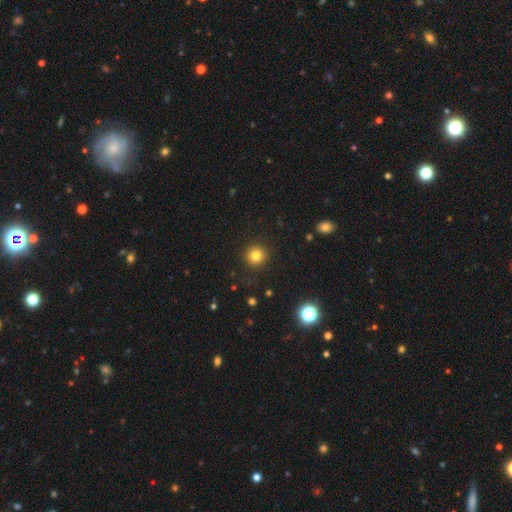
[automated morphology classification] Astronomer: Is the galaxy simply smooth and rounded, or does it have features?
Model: smooth — 80%.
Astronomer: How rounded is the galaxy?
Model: round — 94%.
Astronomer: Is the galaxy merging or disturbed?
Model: none — 92%.